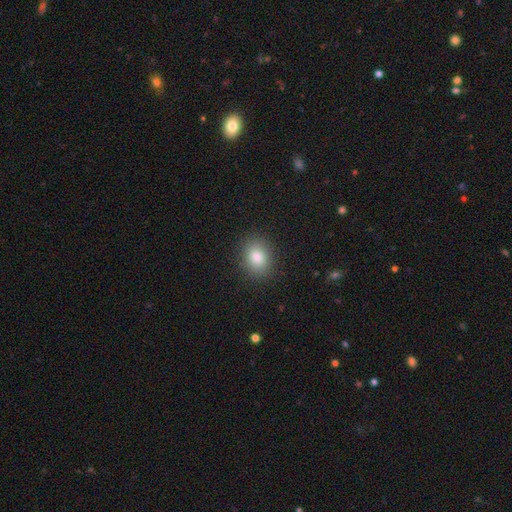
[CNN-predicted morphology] A smooth galaxy with no disk features (83%) that is in between round and cigar-shaped (55%).

Vote fractions:
- Smooth or featured? smooth: 83% / star or artifact: 10% / featured or disk: 7%
- How rounded? in between: 55% / round: 43% / cigar-shaped: 1%
- Merging? none: 89% / minor disturbance: 8% / major disturbance: 2% / merger: 1%